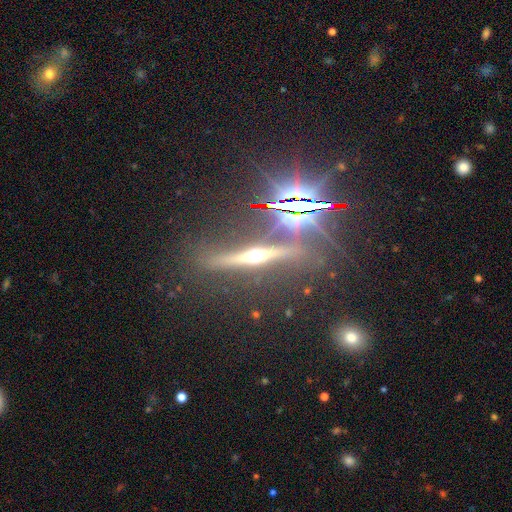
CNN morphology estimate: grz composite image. It shows a featured or disk galaxy (61%) viewed edge-on (91%) with a rounded central bulge (94%). Merging: none (80%).